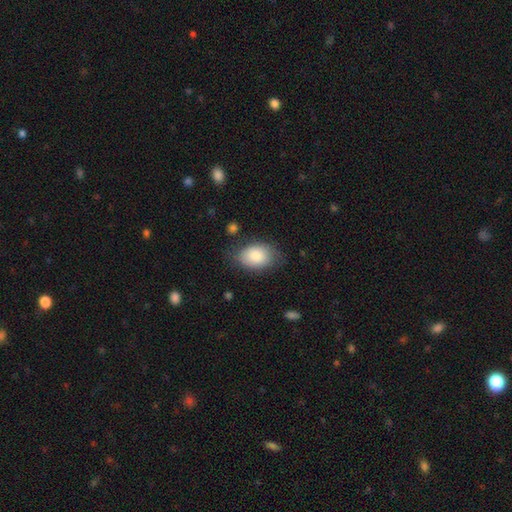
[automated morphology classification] smooth_or_featured: smooth (p=0.84) [alt: featured or disk p=0.10]
how_rounded: in between (p=0.82) [alt: round p=0.17]
merging: none (p=0.69) [alt: minor disturbance p=0.22]